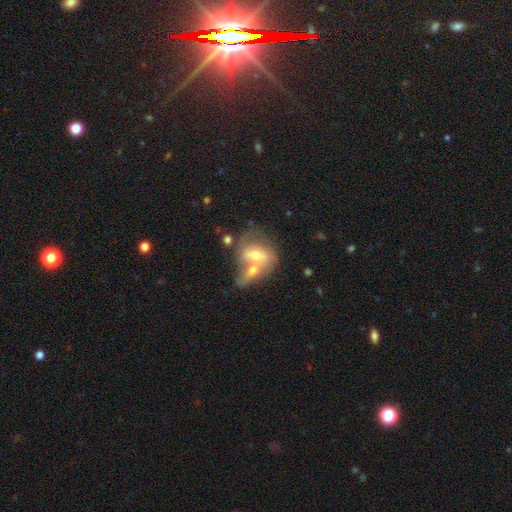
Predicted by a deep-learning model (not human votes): Q: Smooth or featured?
A: smooth (48%); runner-up: featured or disk (45%)
Q: Merging?
A: merger (66%); runner-up: none (19%)